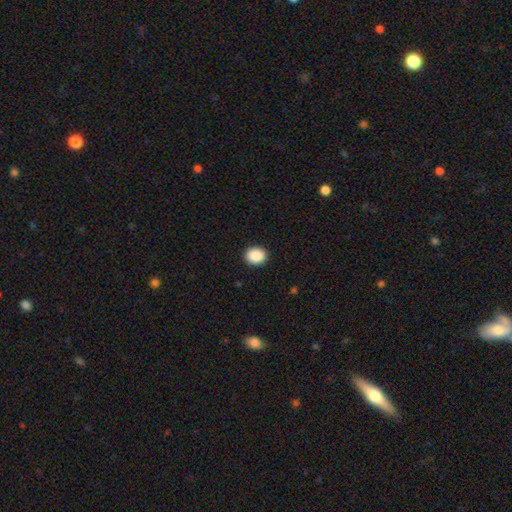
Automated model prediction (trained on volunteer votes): Smooth or featured?
  - smooth: 90% *
  - star or artifact: 8%
  - featured or disk: 2%
How rounded?
  - round: 58% *
  - in between: 41%
  - cigar-shaped: 1%
Merging?
  - none: 91% *
  - minor disturbance: 6%
  - major disturbance: 2%
  - merger: 1%